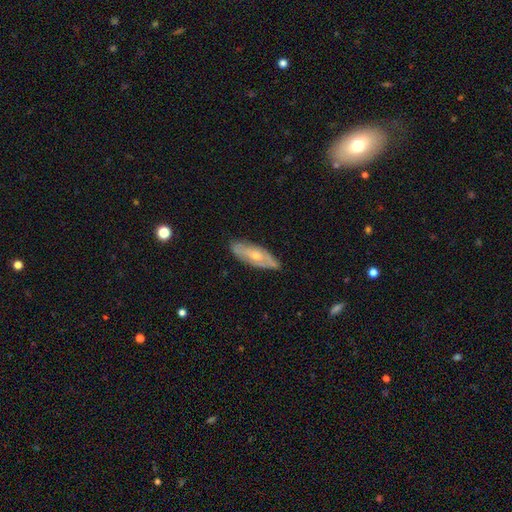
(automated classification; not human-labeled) featured or disk 57%, smooth 37%, star or artifact 6%. Down the decision tree: edge-on disk — no (74%); merging — none (78%).